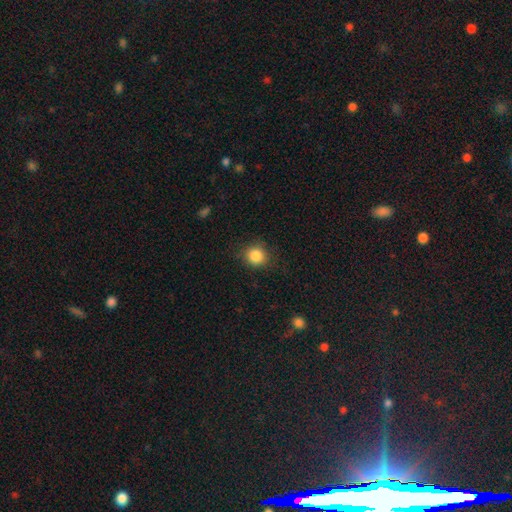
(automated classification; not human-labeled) The model was most divided on "merging": none: 84%, minor disturbance: 12%, major disturbance: 4%, merger: 1%. More confident: how rounded — round (88%); smooth or featured — smooth (86%).